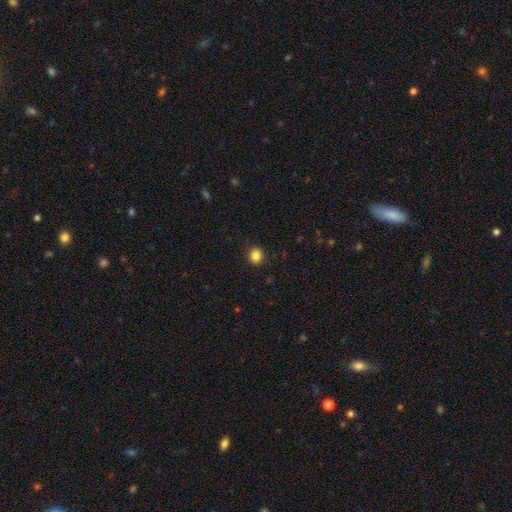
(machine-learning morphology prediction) smooth_or_featured: smooth (p=0.86) [alt: star or artifact p=0.10]
how_rounded: round (p=0.72) [alt: in between p=0.27]
merging: none (p=0.90) [alt: minor disturbance p=0.07]